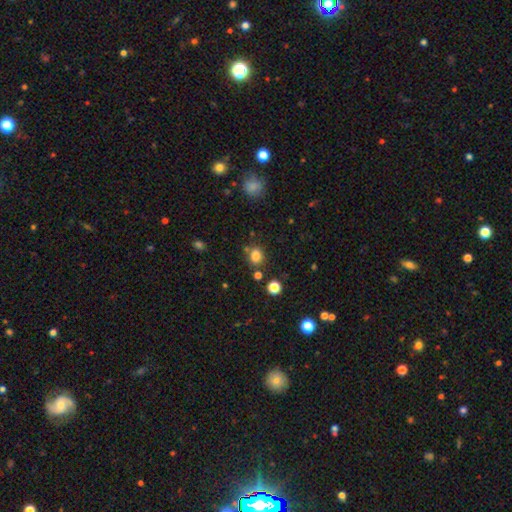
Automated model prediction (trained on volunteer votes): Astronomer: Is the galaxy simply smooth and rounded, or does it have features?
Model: smooth — 80%.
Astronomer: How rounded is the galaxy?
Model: round — 59% (runner-up: in between, 40%).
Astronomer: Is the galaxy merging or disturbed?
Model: none — 74%.